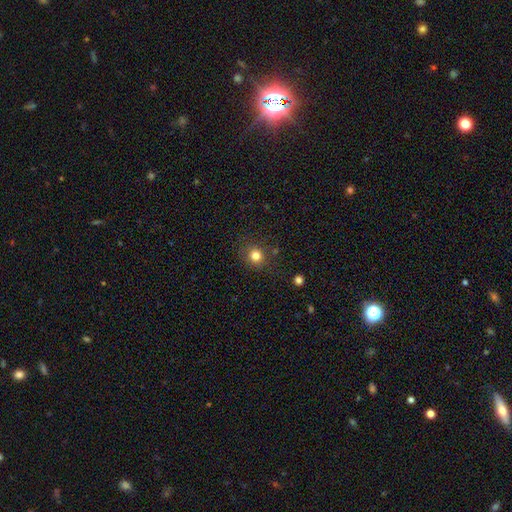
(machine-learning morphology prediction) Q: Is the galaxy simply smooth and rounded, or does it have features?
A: smooth — 81%.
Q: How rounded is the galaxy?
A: round — 87%.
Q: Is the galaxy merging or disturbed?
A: none — 84%.